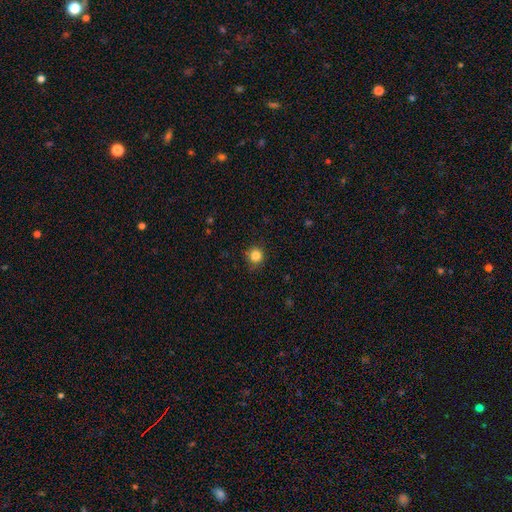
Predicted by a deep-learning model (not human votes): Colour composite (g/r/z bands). It shows a smooth galaxy with no disk features (85%) that is round (92%). Merging: none (85%).